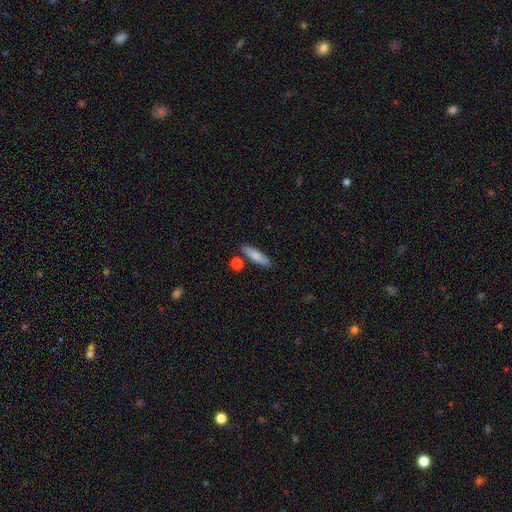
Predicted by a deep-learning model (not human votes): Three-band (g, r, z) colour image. It shows a smooth galaxy with no disk features (79%) that is cigar-shaped (68%). Merging: none (80%).